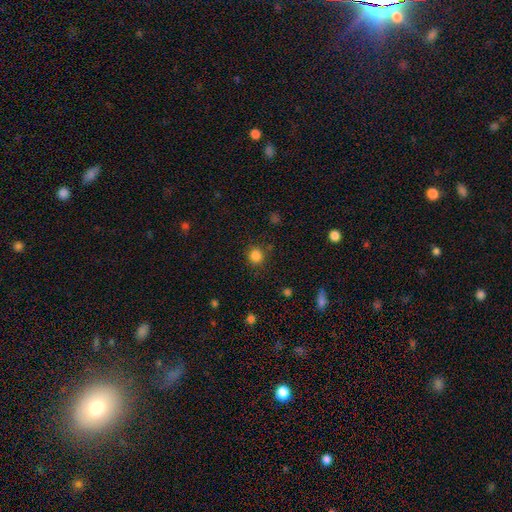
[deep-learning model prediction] smooth 83%, star or artifact 13%, featured or disk 4%. Down the decision tree: how rounded — round (90%); merging — none (86%).